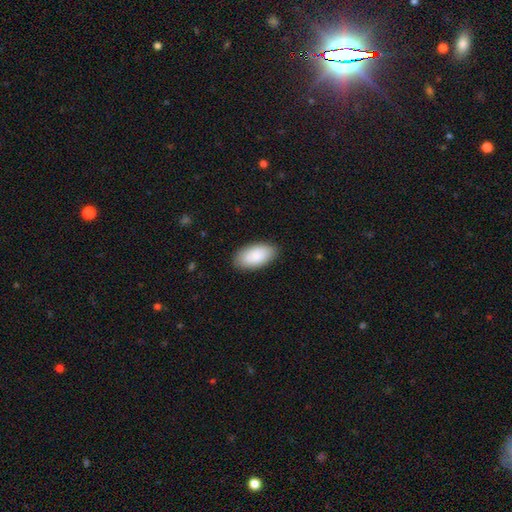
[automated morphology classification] Smooth or featured? smooth (87%)
How rounded? in between (95%)
Merging? none (86%)